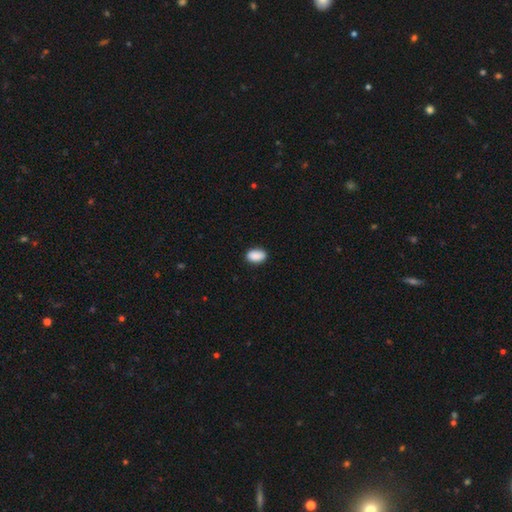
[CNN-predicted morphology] Q: Smooth or featured?
A: smooth (90%); runner-up: star or artifact (7%)
Q: How rounded?
A: in between (91%); runner-up: round (7%)
Q: Merging?
A: none (87%); runner-up: minor disturbance (10%)